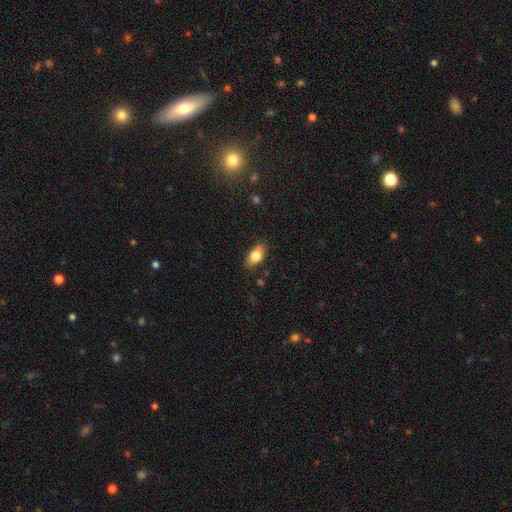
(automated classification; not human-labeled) smooth_or_featured: smooth (p=0.80) [alt: featured or disk p=0.12]
how_rounded: in between (p=0.89) [alt: round p=0.07]
merging: none (p=0.77) [alt: minor disturbance p=0.17]